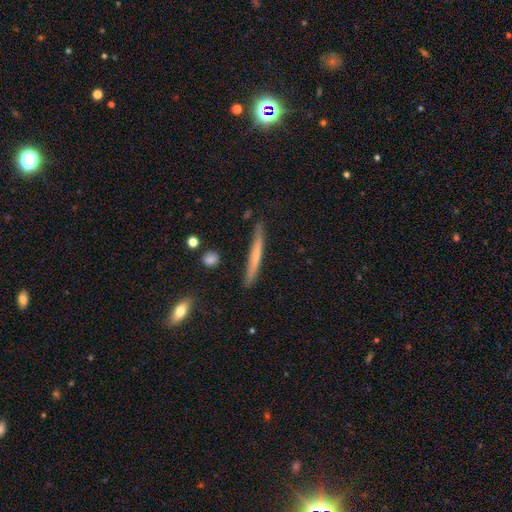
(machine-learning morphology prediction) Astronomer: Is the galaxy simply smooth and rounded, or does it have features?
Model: smooth — 57% (runner-up: featured or disk, 37%).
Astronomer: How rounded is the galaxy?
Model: cigar-shaped — 96%.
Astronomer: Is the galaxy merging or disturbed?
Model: none — 84%.